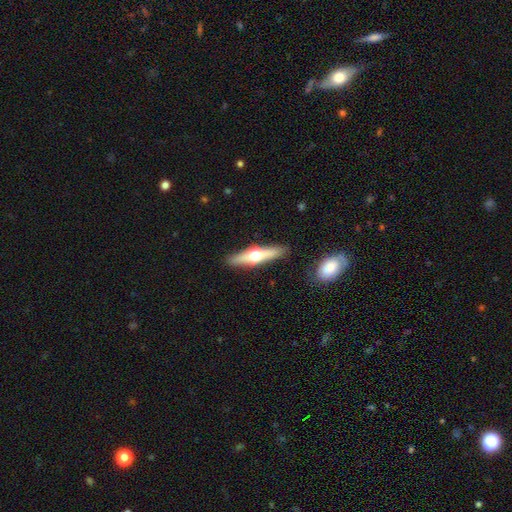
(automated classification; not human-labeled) Overall: featured or disk (57%; smooth 38%). Edge-on disk: yes (93%). Edge-on bulge: rounded (95%). Merging: none (89%).